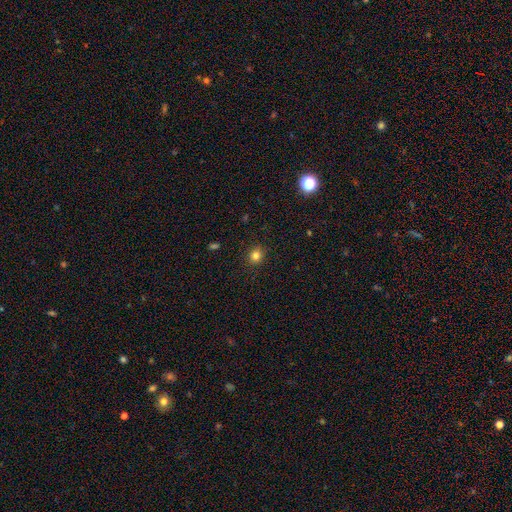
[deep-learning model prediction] Q: Smooth or featured?
A: smooth (82%); runner-up: star or artifact (13%)
Q: How rounded?
A: round (81%); runner-up: in between (18%)
Q: Merging?
A: none (90%); runner-up: minor disturbance (7%)